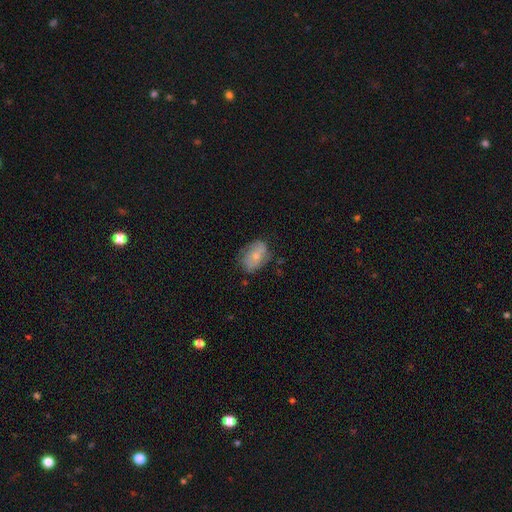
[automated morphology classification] Smooth or featured: smooth — 60% (featured or disk — 32%)
How rounded: in between — 74% (round — 25%)
Merging: none — 59% (minor disturbance — 29%)